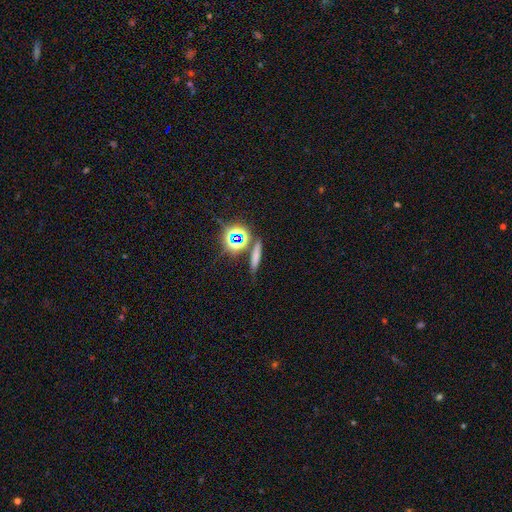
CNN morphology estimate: smooth 58%, star or artifact 26%, featured or disk 16%. Down the decision tree: how rounded — cigar-shaped (73%); merging — none (78%).